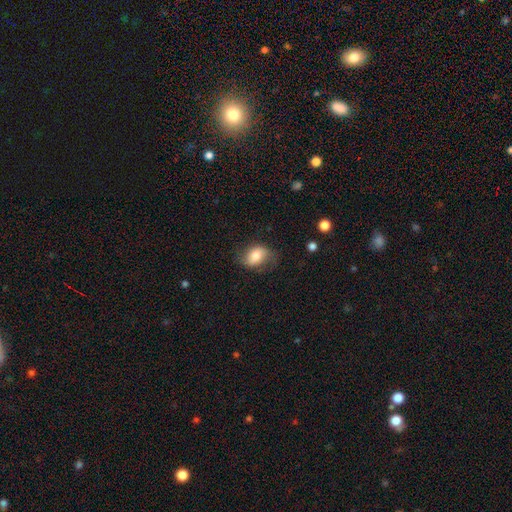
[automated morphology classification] A smooth galaxy with no disk features (66%) that is in between round and cigar-shaped (78%). Merging: none (63%).